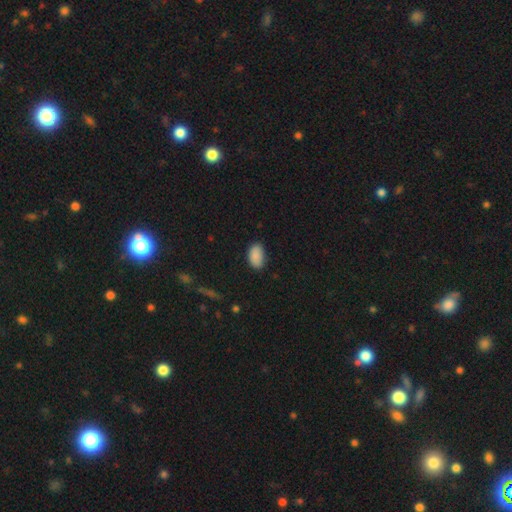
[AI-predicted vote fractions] Q: Smooth or featured?
A: smooth (89%); runner-up: star or artifact (7%)
Q: How rounded?
A: in between (92%); runner-up: round (6%)
Q: Merging?
A: none (81%); runner-up: minor disturbance (15%)